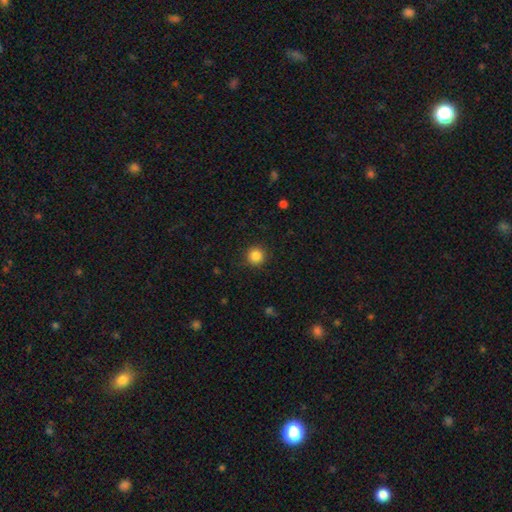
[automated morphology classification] smooth_or_featured: smooth (p=0.85) [alt: star or artifact p=0.11]
how_rounded: round (p=0.96) [alt: in between p=0.03]
merging: none (p=0.90) [alt: minor disturbance p=0.06]